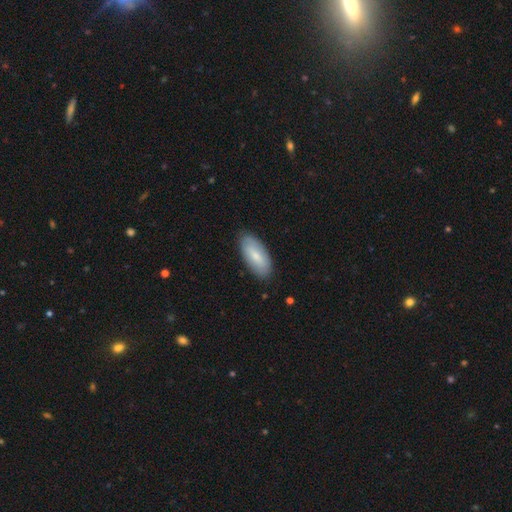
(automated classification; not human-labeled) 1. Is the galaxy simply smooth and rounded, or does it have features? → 71% smooth, 24% featured or disk, 6% star or artifact.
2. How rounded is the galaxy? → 87% in between, 11% cigar-shaped, 2% round.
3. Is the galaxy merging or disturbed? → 85% none, 12% minor disturbance, 2% major disturbance, 1% merger.